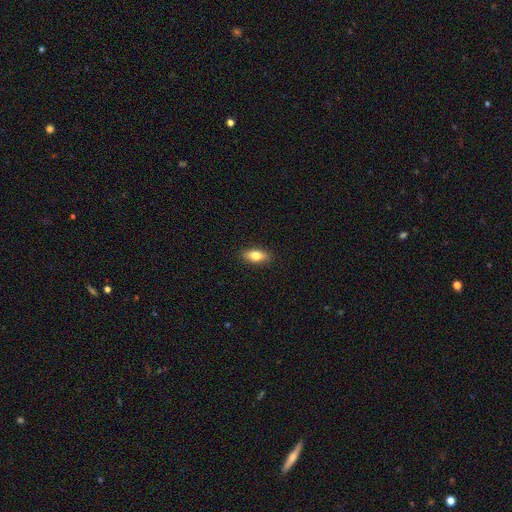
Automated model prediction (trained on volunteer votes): This appears to be a smooth galaxy with no disk features (76%) that is in between round and cigar-shaped (81%). Merging: none (88%).